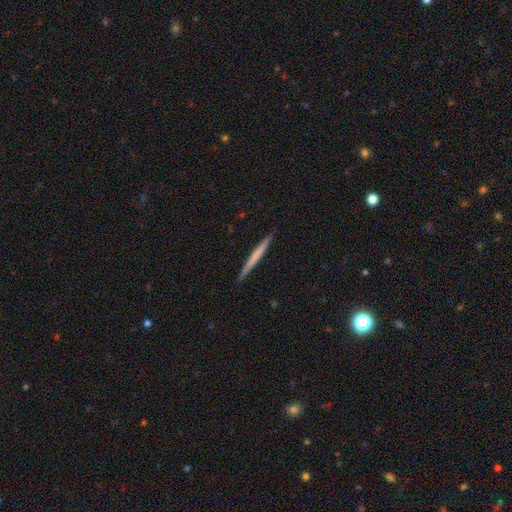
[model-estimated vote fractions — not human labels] This is possibly a smooth galaxy (54%). How rounded: clearly cigar-shaped (97%). Merging: clearly none (92%).